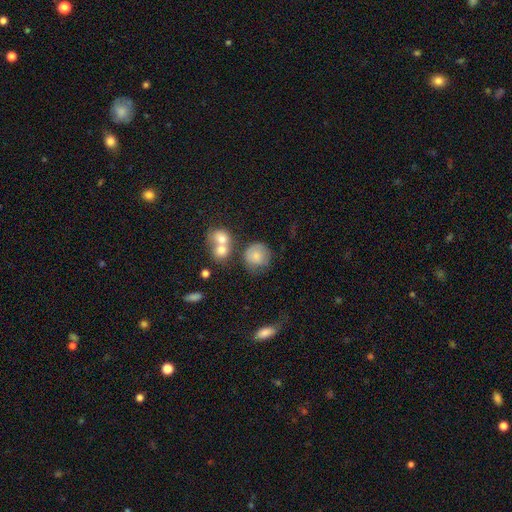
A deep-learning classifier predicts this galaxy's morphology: Smooth or featured: smooth — 71% (featured or disk — 20%)
How rounded: round — 85% (in between — 14%)
Merging: none — 52% (minor disturbance — 20%)